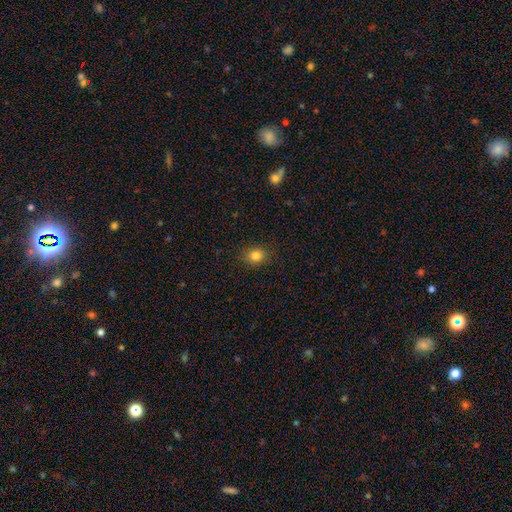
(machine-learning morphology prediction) Q: Smooth or featured?
A: smooth (82%); runner-up: star or artifact (12%)
Q: How rounded?
A: round (68%); runner-up: in between (31%)
Q: Merging?
A: none (89%); runner-up: minor disturbance (8%)